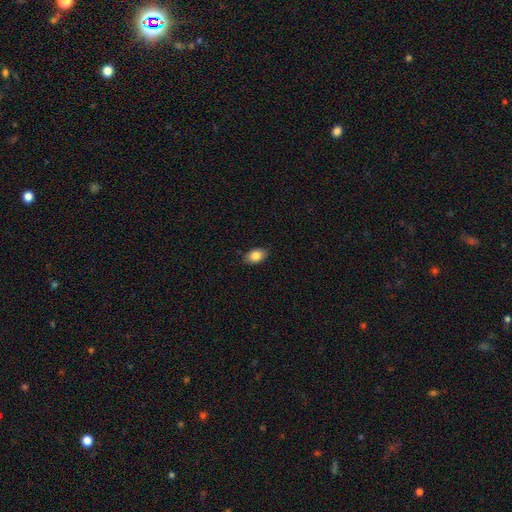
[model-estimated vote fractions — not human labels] This is clearly a smooth galaxy (85%). How rounded: clearly in between (85%). Merging: clearly none (85%).